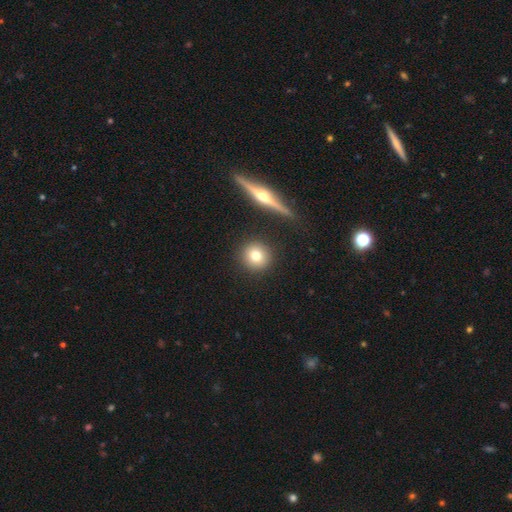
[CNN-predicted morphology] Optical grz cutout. It shows a smooth galaxy with no disk features (75%) that is round (93%). Merging: none (88%).